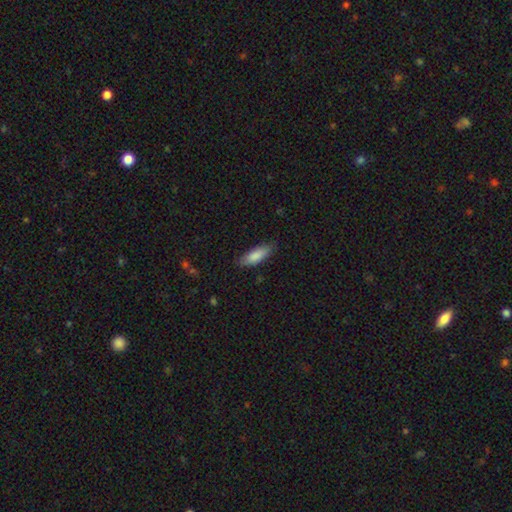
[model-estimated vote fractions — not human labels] smooth_or_featured: smooth (p=0.86) [alt: featured or disk p=0.09]
how_rounded: in between (p=0.61) [alt: cigar-shaped p=0.37]
merging: none (p=0.82) [alt: minor disturbance p=0.14]